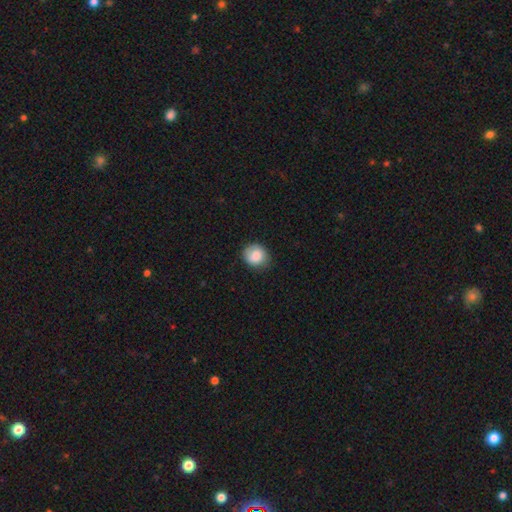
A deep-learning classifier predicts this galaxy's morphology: Smooth or featured? smooth (85%)
How rounded? round (77%)
Merging? none (77%)